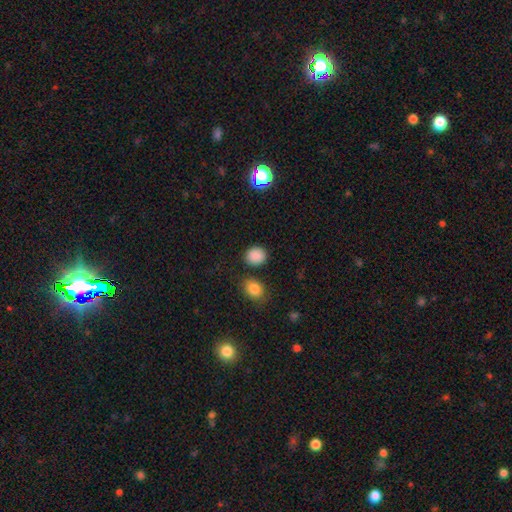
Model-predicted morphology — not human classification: A smooth galaxy with no disk features (87%) that is round (73%).

Vote fractions:
- Smooth or featured? smooth: 87% / star or artifact: 9% / featured or disk: 4%
- How rounded? round: 73% / in between: 26% / cigar-shaped: 1%
- Merging? none: 83% / minor disturbance: 9% / merger: 5% / major disturbance: 3%